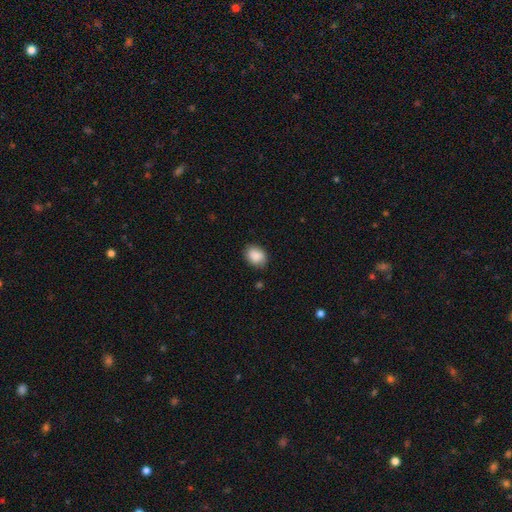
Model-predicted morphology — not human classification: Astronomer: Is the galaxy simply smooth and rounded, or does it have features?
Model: smooth — 89%.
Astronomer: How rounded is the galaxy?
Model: in between — 70%.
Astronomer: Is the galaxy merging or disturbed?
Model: none — 82%.